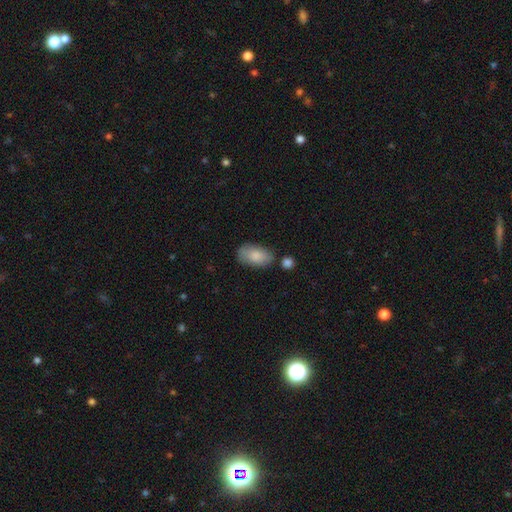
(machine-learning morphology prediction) This is clearly a smooth galaxy (83%). How rounded: clearly in between (93%). Merging: likely none (68%).